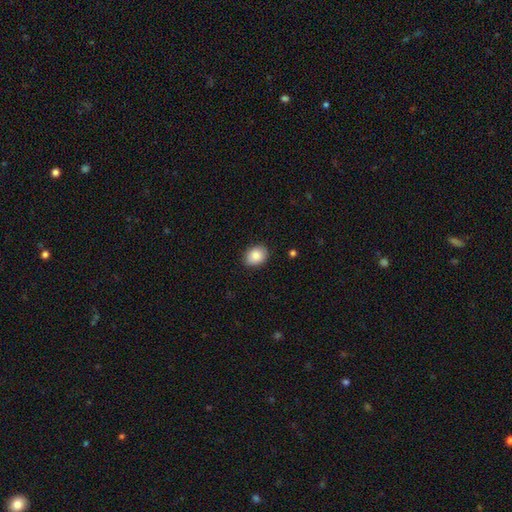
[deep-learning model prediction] Smooth or featured? smooth (87%)
How rounded? in between (59%)
Merging? none (88%)